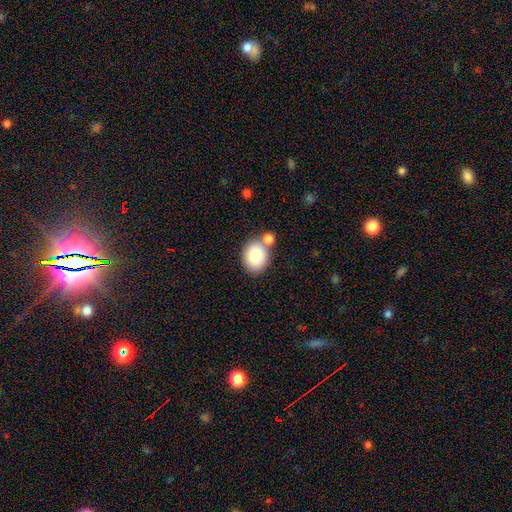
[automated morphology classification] Smooth or featured?
  - smooth: 82% *
  - featured or disk: 9%
  - star or artifact: 8%
How rounded?
  - round: 52% *
  - in between: 47%
  - cigar-shaped: 1%
Merging?
  - none: 66% *
  - merger: 20%
  - minor disturbance: 11%
  - major disturbance: 3%